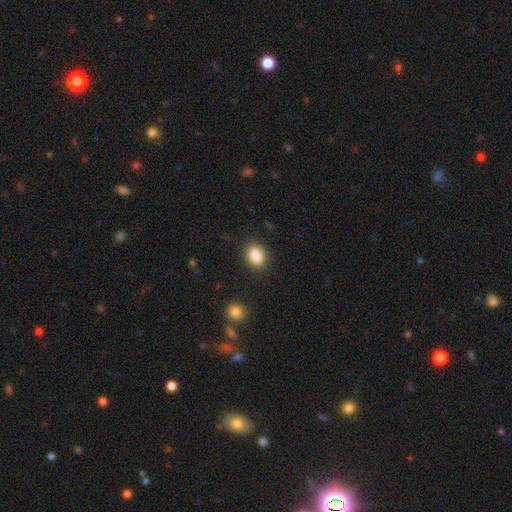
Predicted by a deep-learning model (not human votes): This is clearly a smooth galaxy (87%). How rounded: likely in between (78%). Merging: clearly none (87%).